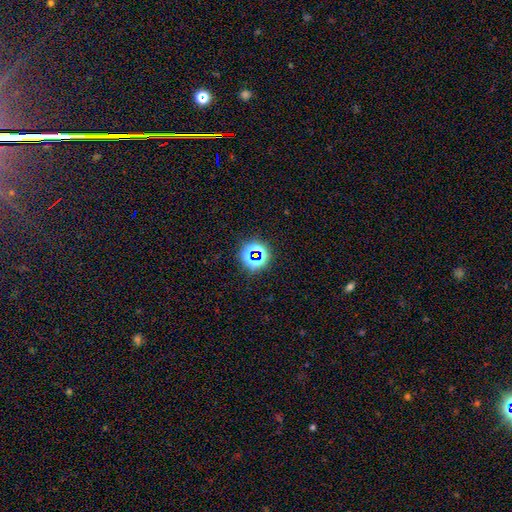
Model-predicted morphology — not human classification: This appears to be a star or artifact, not a galaxy (70%).